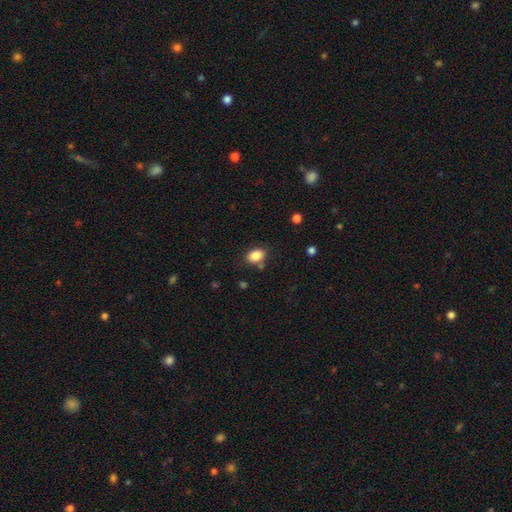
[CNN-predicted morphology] Smooth or featured?
  - smooth: 85% *
  - star or artifact: 9%
  - featured or disk: 6%
How rounded?
  - in between: 82% *
  - round: 17%
  - cigar-shaped: 1%
Merging?
  - none: 75% *
  - minor disturbance: 15%
  - merger: 6%
  - major disturbance: 4%